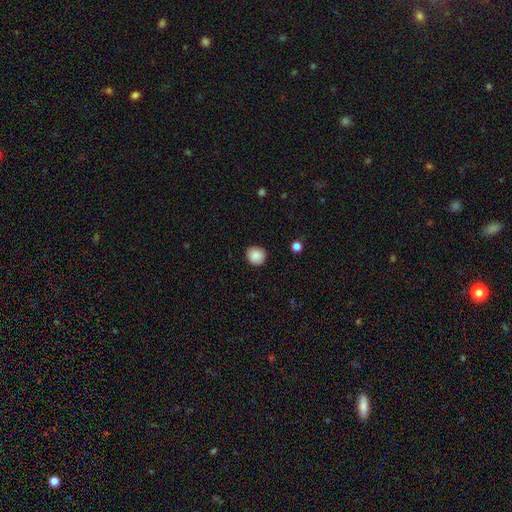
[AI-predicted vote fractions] A smooth galaxy with no disk features (88%) that is round (89%). Merging: none (90%).